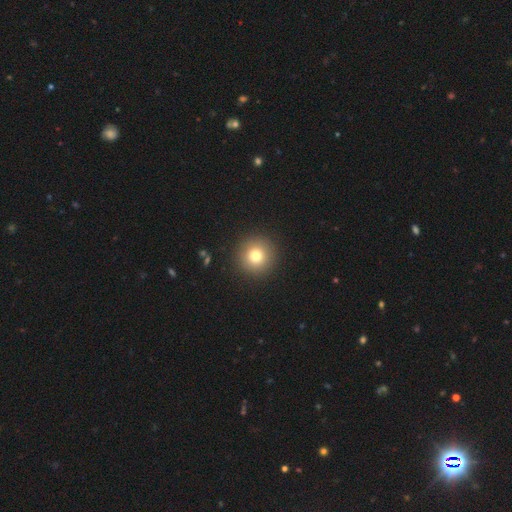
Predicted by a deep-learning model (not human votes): Smooth or featured? Predicted: smooth (p=0.78). How rounded? Predicted: round (p=0.96). Merging? Predicted: none (p=0.92).